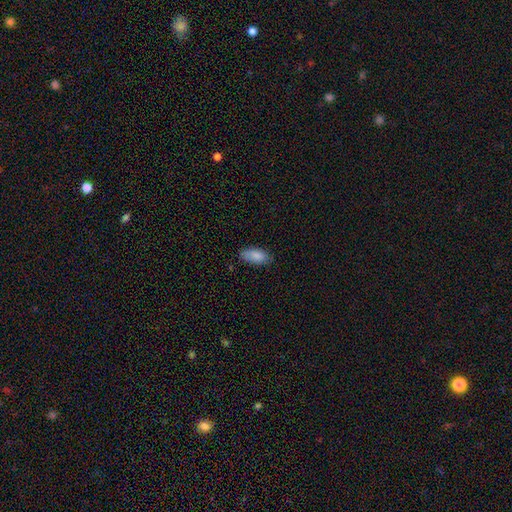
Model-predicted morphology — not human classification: Smooth or featured? Predicted: smooth (p=0.87). How rounded? Predicted: in between (p=0.89). Merging? Predicted: none (p=0.78).